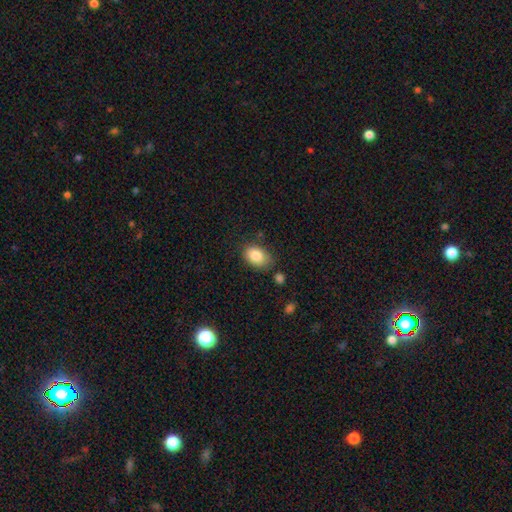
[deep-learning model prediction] Overall: smooth (86%). How rounded: in between (85%). Merging: none (72%).